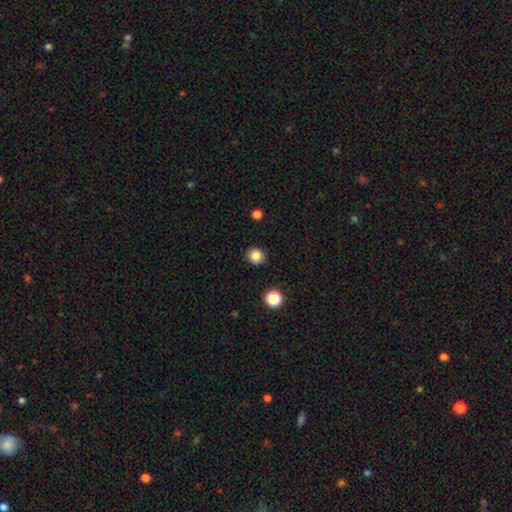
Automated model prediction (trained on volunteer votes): Overall: smooth (84%). How rounded: round (88%). Merging: none (91%).